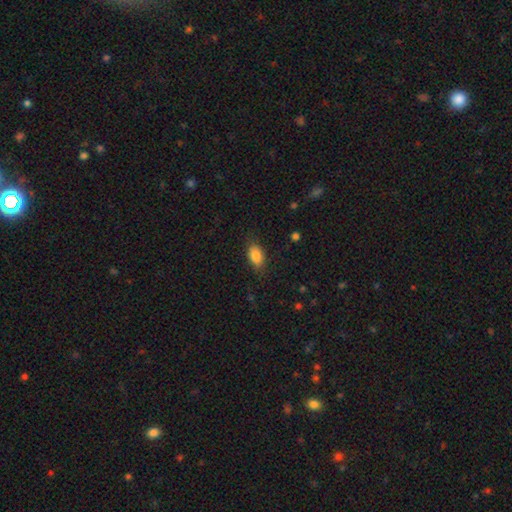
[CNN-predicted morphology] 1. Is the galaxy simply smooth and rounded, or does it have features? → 85% smooth, 8% star or artifact, 7% featured or disk.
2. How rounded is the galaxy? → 89% in between, 7% round, 4% cigar-shaped.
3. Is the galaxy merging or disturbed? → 83% none, 13% minor disturbance, 3% major disturbance, 1% merger.